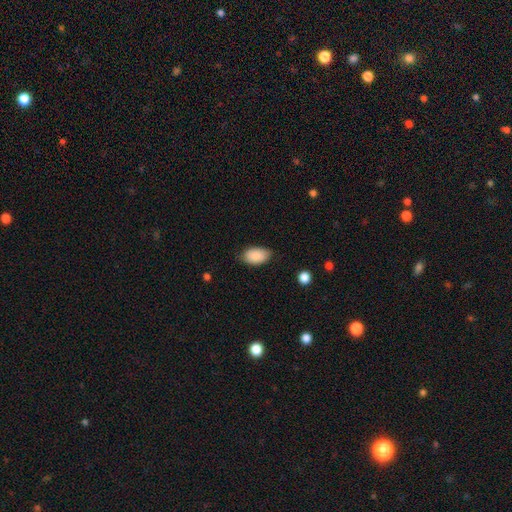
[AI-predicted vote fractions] This appears to be a smooth galaxy with no disk features (89%) that is in between round and cigar-shaped (93%). Merging: none (77%).